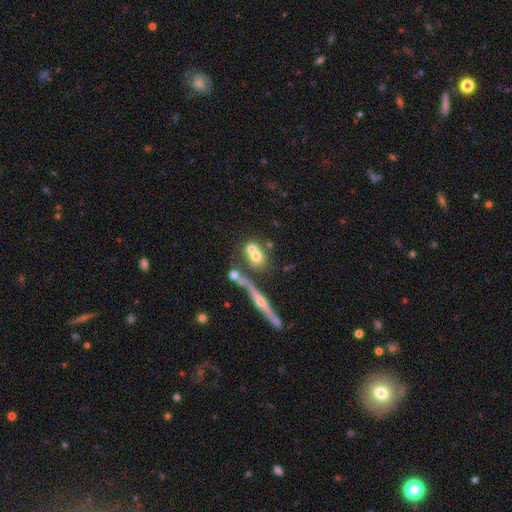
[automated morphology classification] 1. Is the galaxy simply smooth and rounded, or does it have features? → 58% smooth, 30% featured or disk, 12% star or artifact.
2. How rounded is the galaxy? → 61% round, 32% in between, 6% cigar-shaped.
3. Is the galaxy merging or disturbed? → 43% merger, 41% none, 10% minor disturbance, 6% major disturbance.